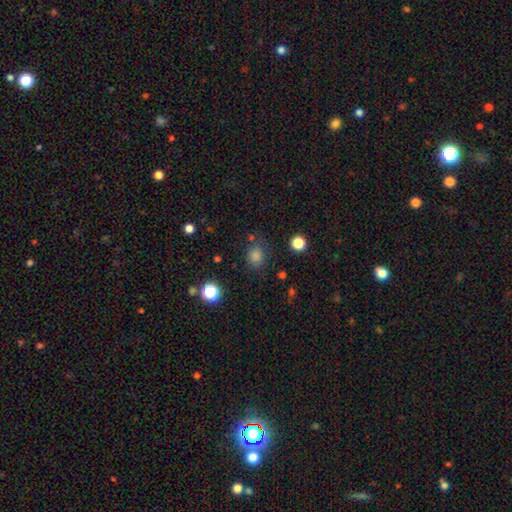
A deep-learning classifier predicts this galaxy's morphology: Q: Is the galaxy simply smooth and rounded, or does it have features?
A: smooth — 76%.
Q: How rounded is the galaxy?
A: round — 70%.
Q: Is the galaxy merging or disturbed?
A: none — 77%.